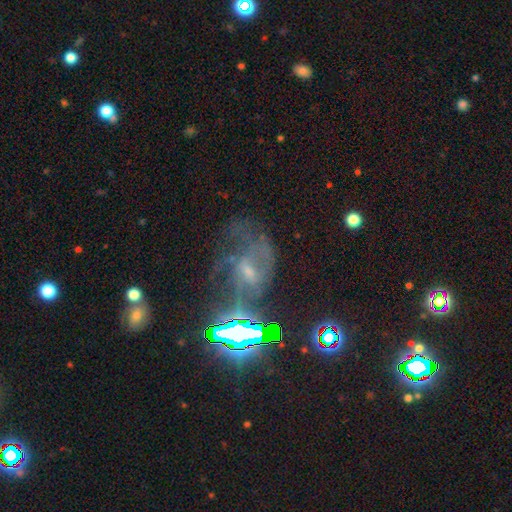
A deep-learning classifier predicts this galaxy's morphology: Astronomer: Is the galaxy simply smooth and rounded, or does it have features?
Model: featured or disk — 50% (runner-up: star or artifact, 36%).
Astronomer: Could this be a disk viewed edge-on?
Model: no — 94%.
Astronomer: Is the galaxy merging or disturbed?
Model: none — 39% (runner-up: major disturbance, 33%).